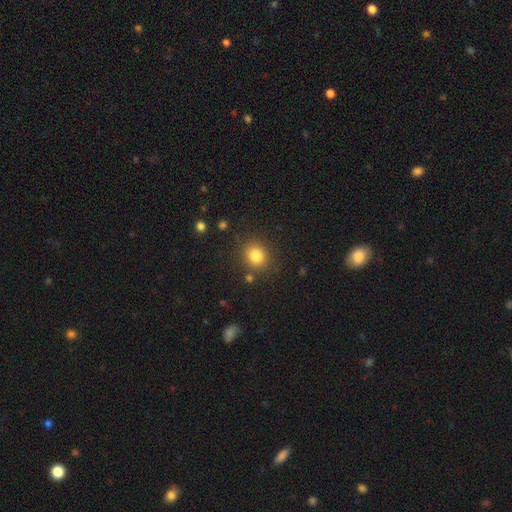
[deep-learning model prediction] Smooth or featured? Predicted: smooth (p=0.82). How rounded? Predicted: round (p=0.79). Merging? Predicted: none (p=0.84).